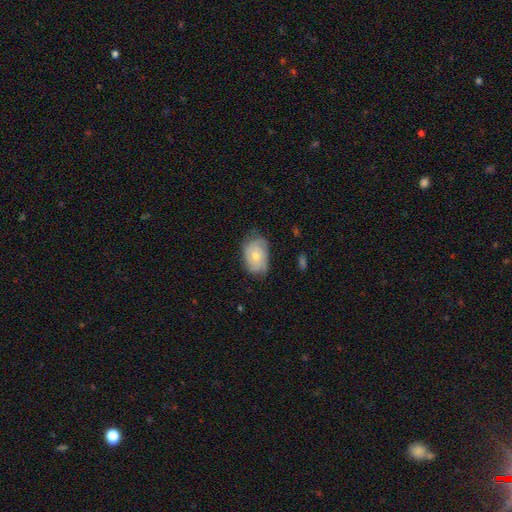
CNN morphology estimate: type=smooth (50%); merging=none (62%).